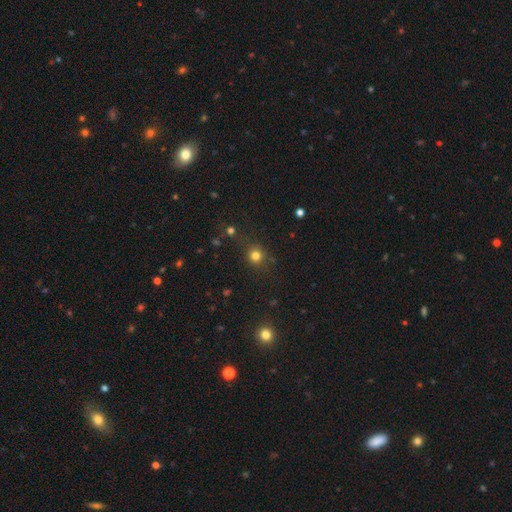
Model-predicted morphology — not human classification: Smooth or featured: smooth — 76% (star or artifact — 18%)
How rounded: round — 89% (in between — 10%)
Merging: none — 81% (minor disturbance — 10%)